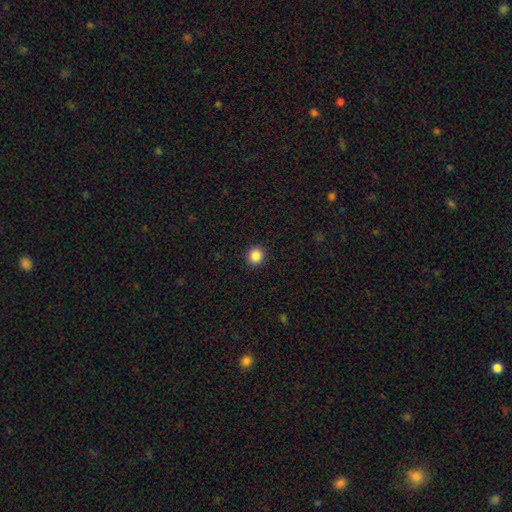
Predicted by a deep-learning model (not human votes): smooth-or-featured: smooth: 86% | star or artifact: 10% | featured or disk: 4%
  how-rounded: round: 87% | in between: 12% | cigar-shaped: 1%
  merging: none: 92% | minor disturbance: 6% | major disturbance: 2% | merger: 1%